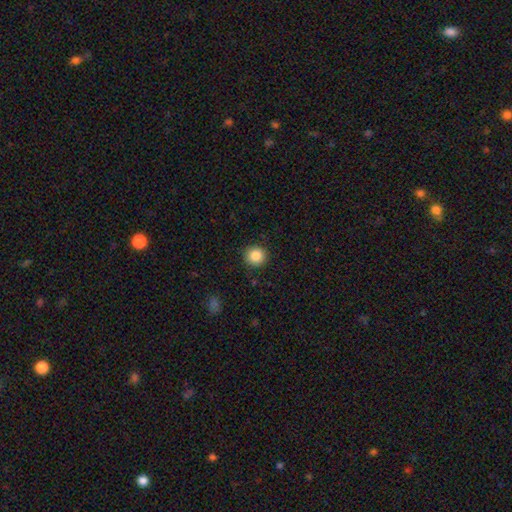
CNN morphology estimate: This is clearly a smooth galaxy (86%). How rounded: clearly round (93%). Merging: clearly none (91%).